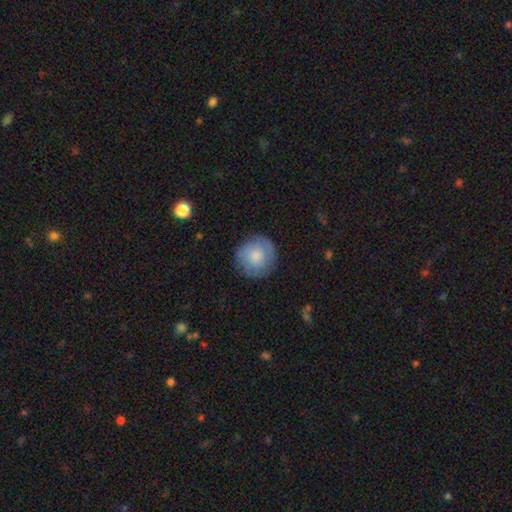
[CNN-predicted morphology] Smooth or featured? smooth (62%)
How rounded? round (93%)
Merging? none (80%)